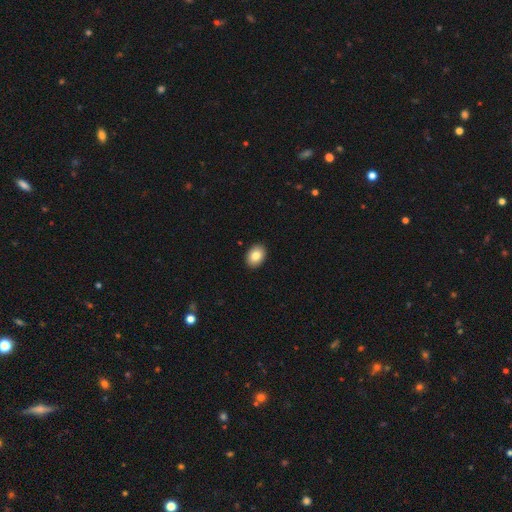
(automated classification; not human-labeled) A smooth galaxy with no disk features (84%) that is in between round and cigar-shaped (73%).

Vote fractions:
- Smooth or featured? smooth: 84% / featured or disk: 8% / star or artifact: 8%
- How rounded? in between: 73% / round: 26% / cigar-shaped: 1%
- Merging? none: 92% / minor disturbance: 6% / major disturbance: 1% / merger: 1%